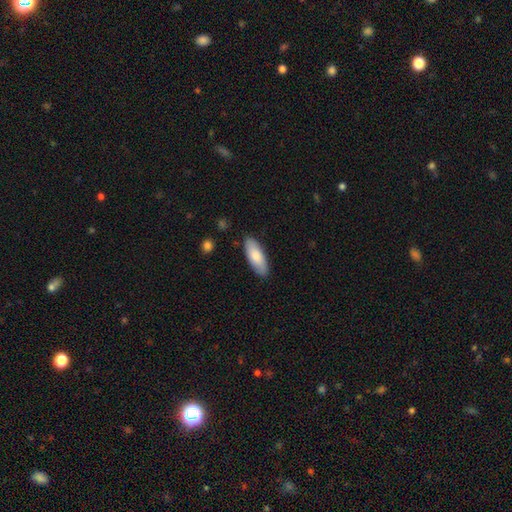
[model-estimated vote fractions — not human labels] smooth_or_featured: smooth (p=0.81) [alt: featured or disk p=0.13]
how_rounded: in between (p=0.75) [alt: cigar-shaped p=0.24]
merging: none (p=0.87) [alt: minor disturbance p=0.10]